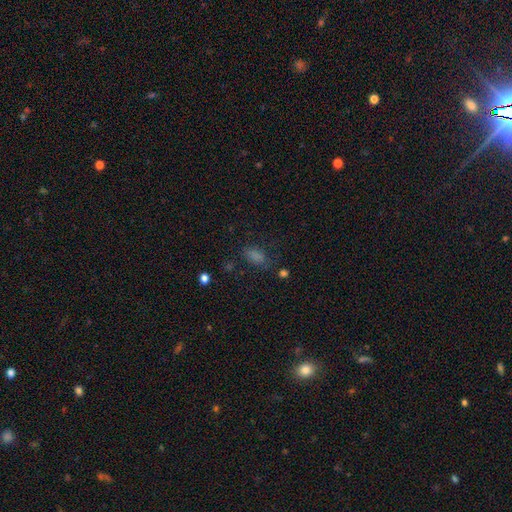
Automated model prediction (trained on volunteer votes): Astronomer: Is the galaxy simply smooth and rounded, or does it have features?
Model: smooth — 64%.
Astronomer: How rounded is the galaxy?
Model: in between — 84%.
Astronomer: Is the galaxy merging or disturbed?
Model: none — 71%.